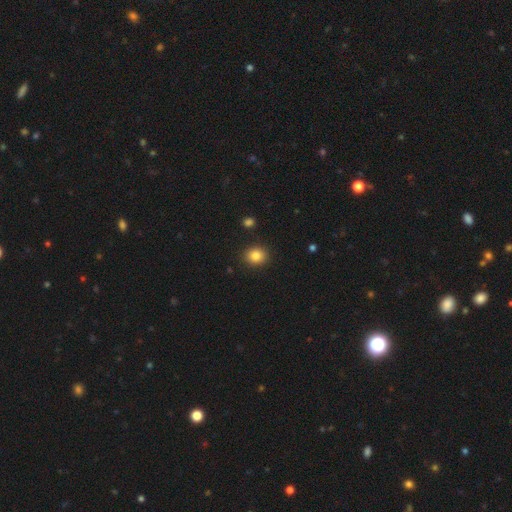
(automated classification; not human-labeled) Overall: smooth (84%). How rounded: round (72%). Merging: none (90%).